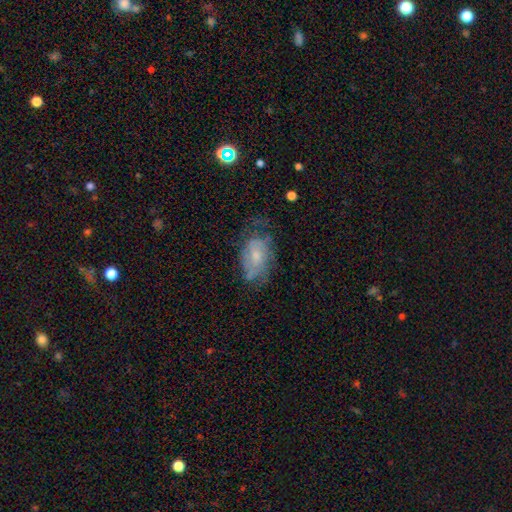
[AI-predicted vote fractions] Smooth or featured? featured or disk (53%)
Edge-on disk? no (95%)
Merging? none (48%)